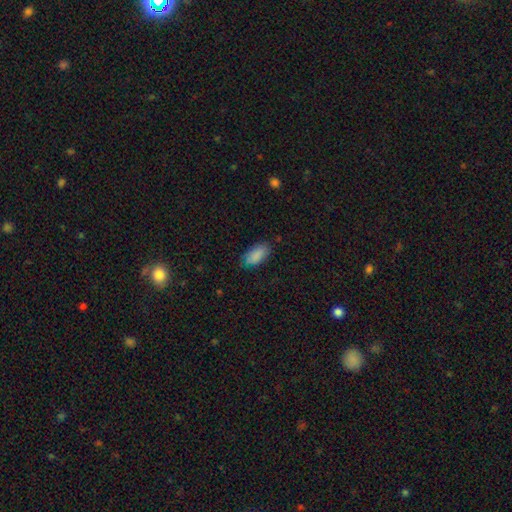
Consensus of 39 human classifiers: Smooth or featured: smooth — 79% (featured or disk — 10%)
How rounded: in between — 90% (cigar-shaped — 6%)
Merging: none — 80% (minor disturbance — 11%)